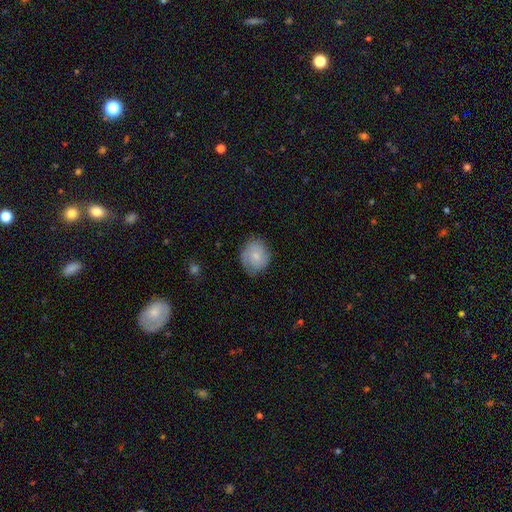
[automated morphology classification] The model was most divided on "how rounded": round: 59%, in between: 40%, cigar-shaped: 1%. More confident: merging — none (70%); smooth or featured — smooth (63%).